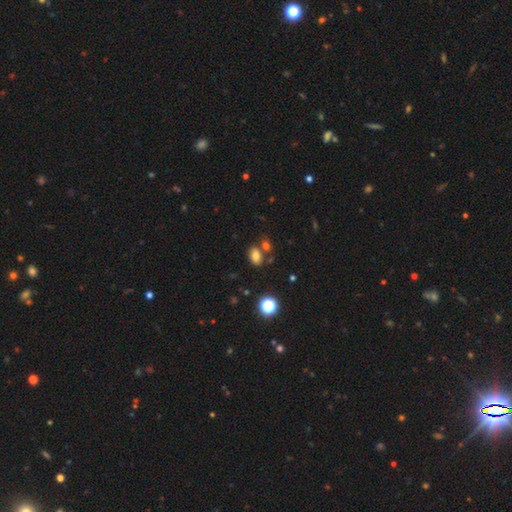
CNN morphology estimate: Smooth or featured: smooth — 77% (star or artifact — 14%)
How rounded: in between — 81% (round — 17%)
Merging: none — 69% (merger — 16%)